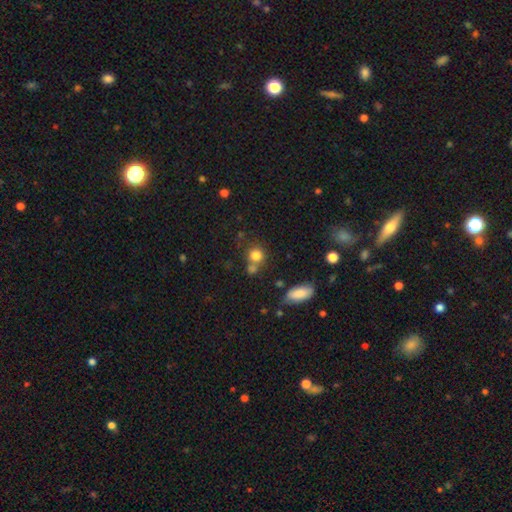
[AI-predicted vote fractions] Q: Smooth or featured?
A: smooth (80%); runner-up: star or artifact (12%)
Q: How rounded?
A: round (83%); runner-up: in between (15%)
Q: Merging?
A: none (58%); runner-up: merger (26%)